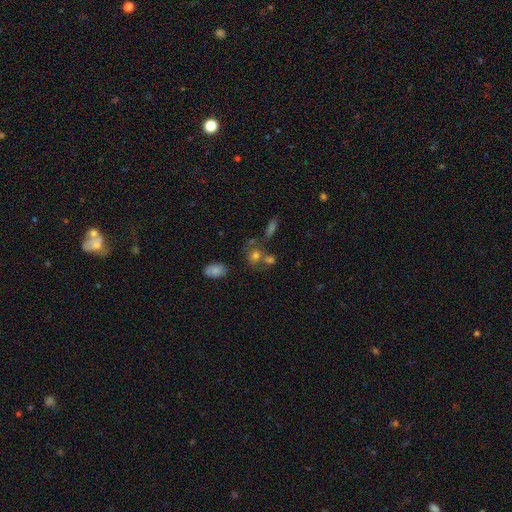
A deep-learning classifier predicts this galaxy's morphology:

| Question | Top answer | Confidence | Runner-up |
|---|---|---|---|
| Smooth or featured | smooth | 70% | featured or disk (16%) |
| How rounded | round | 64% | in between (34%) |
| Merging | none | 47% | merger (32%) |